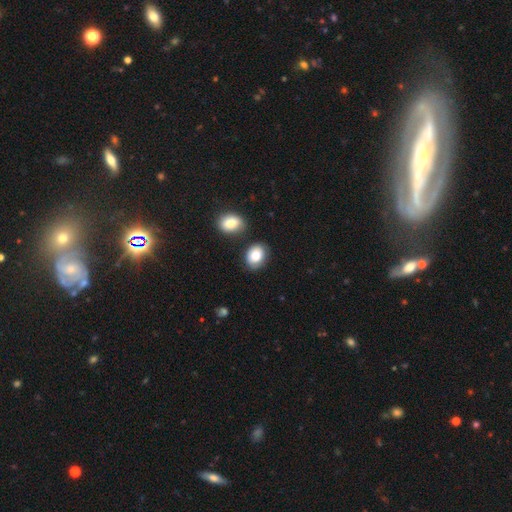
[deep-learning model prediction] Morphology: type=smooth (84%); roundness=in between (69%); merging=none (75%).